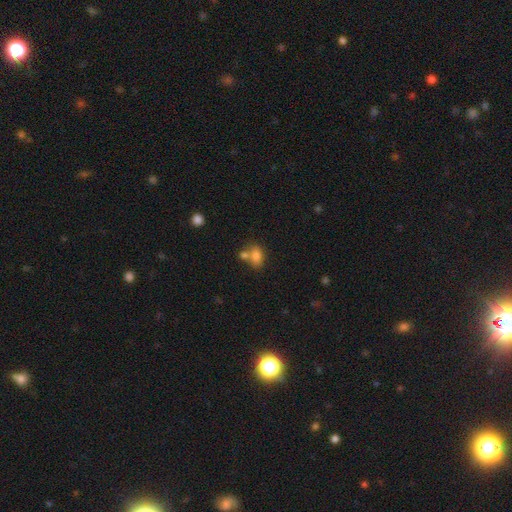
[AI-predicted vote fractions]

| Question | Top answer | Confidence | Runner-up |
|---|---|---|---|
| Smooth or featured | smooth | 80% | star or artifact (11%) |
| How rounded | in between | 79% | round (19%) |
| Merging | none | 43% | merger (39%) |